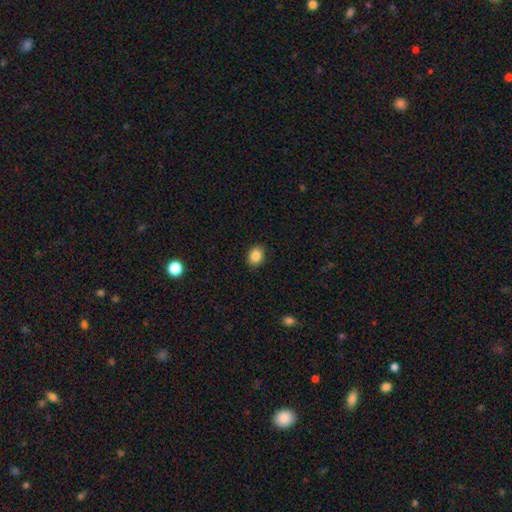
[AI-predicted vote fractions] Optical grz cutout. It shows a smooth galaxy with no disk features (86%) that is round (51%). Merging: none (90%).